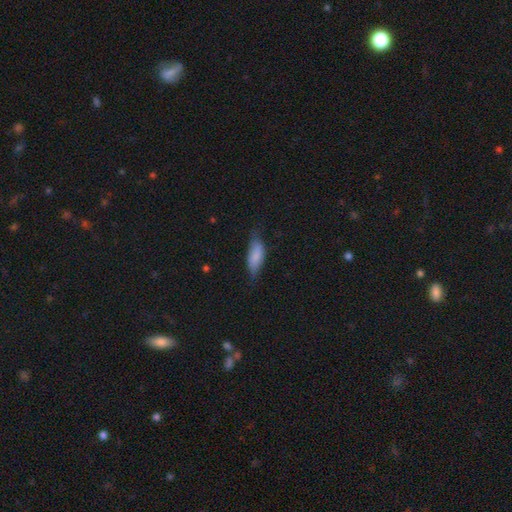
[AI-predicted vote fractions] smooth_or_featured: smooth (p=0.77) [alt: featured or disk p=0.16]
how_rounded: in between (p=0.78) [alt: cigar-shaped p=0.19]
merging: none (p=0.54) [alt: minor disturbance p=0.34]